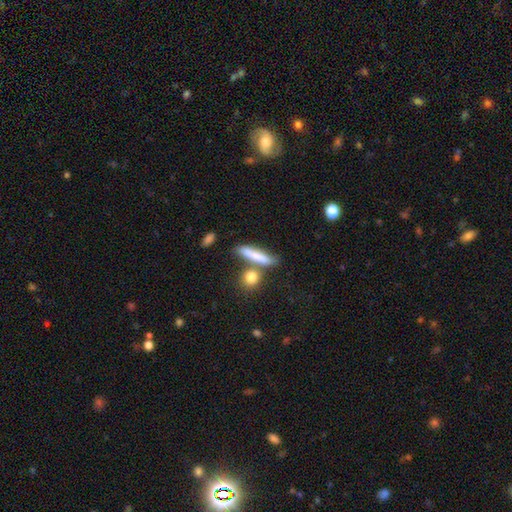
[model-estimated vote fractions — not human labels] This is likely a smooth galaxy (76%). How rounded: likely cigar-shaped (72%). Merging: likely none (64%).